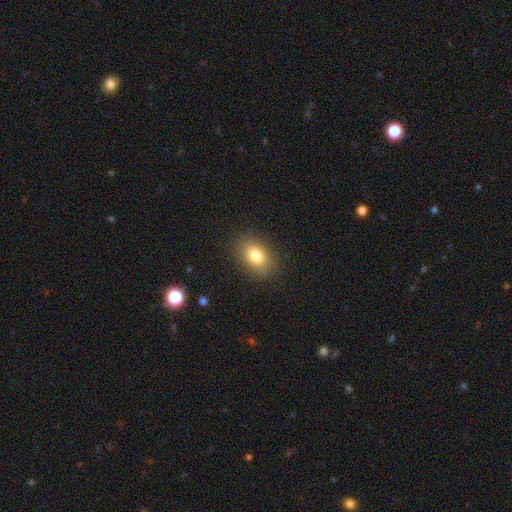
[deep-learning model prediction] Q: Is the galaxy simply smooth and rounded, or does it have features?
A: smooth — 81%.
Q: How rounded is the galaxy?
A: in between — 82%.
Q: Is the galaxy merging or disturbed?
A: none — 87%.